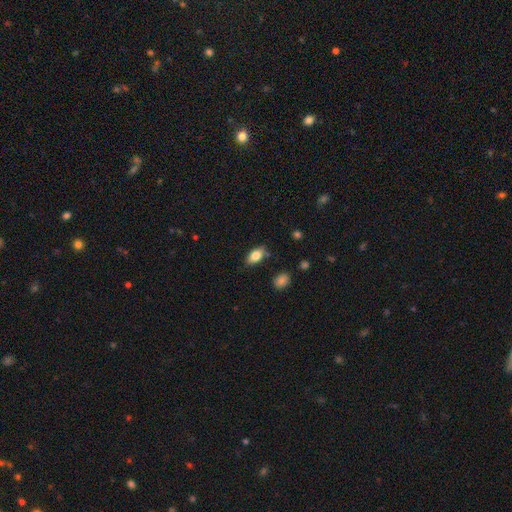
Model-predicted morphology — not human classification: A smooth galaxy with no disk features (81%) that is in between round and cigar-shaped (90%).

Vote fractions:
- Smooth or featured? smooth: 81% / featured or disk: 11% / star or artifact: 8%
- How rounded? in between: 90% / round: 5% / cigar-shaped: 4%
- Merging? none: 81% / minor disturbance: 14% / major disturbance: 3% / merger: 2%